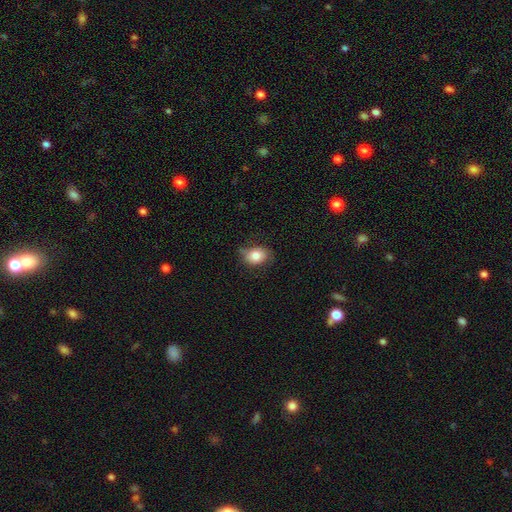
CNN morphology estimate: This is clearly a smooth galaxy (80%). How rounded: likely in between (67%). Merging: likely none (64%).